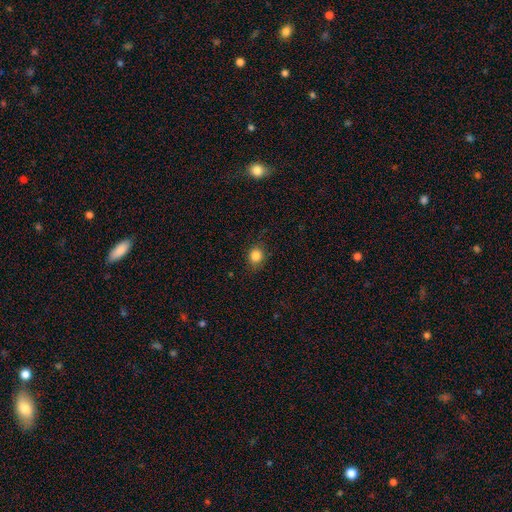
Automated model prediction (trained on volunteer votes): smooth_or_featured: smooth (p=0.84) [alt: star or artifact p=0.11]
how_rounded: round (p=0.65) [alt: in between p=0.33]
merging: none (p=0.84) [alt: minor disturbance p=0.12]